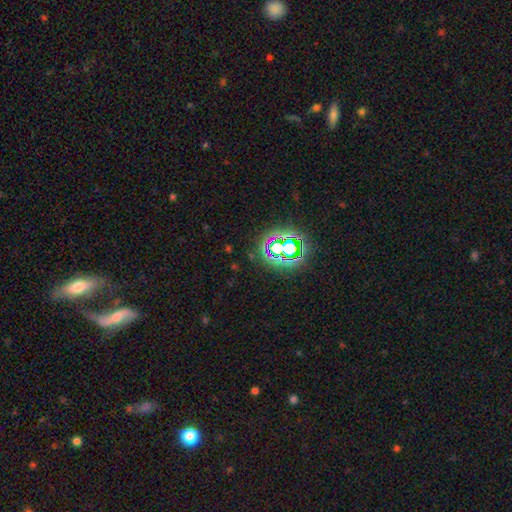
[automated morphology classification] This is likely a star or artifact rather than a galaxy (74%).